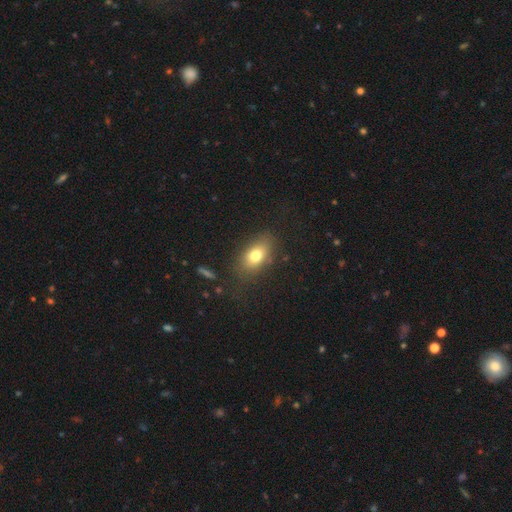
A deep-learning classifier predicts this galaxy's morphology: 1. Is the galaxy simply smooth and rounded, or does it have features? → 75% smooth, 15% featured or disk, 10% star or artifact.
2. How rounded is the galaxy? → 81% in between, 14% round, 4% cigar-shaped.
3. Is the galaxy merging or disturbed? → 75% none, 16% minor disturbance, 7% major disturbance, 2% merger.